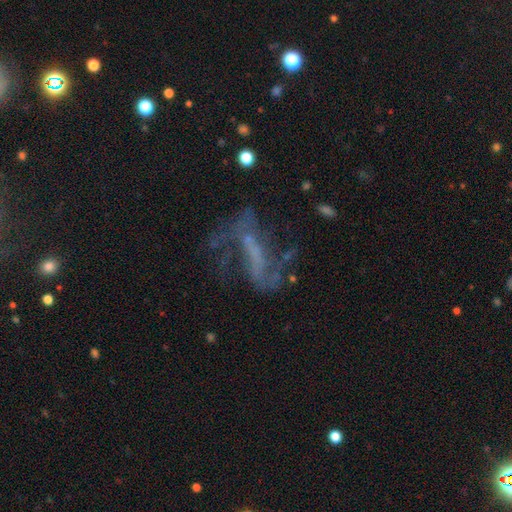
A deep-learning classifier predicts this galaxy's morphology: smooth-or-featured: featured or disk: 69% | star or artifact: 17% | smooth: 14%
  disk-edge-on: no: 91% | yes: 9%
    bar: strong: 42% | weak: 30% | no: 28%
    has-spiral-arms: yes: 71% | no: 29%
    bulge-size: none: 64% | small: 23% | moderate: 9% | large: 3% | dominant: 1%
  merging: none: 45% | major disturbance: 33% | minor disturbance: 17% | merger: 5%